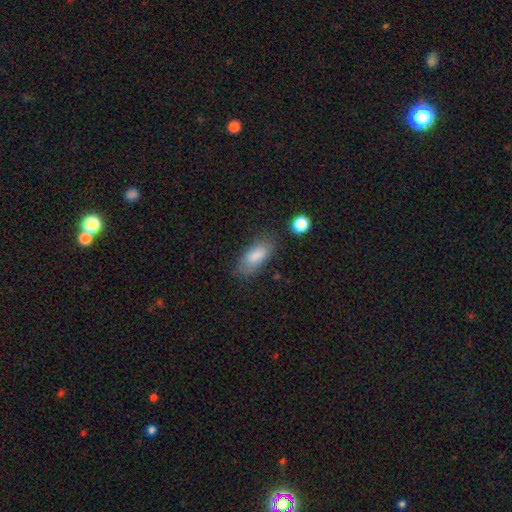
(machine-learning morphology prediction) smooth_or_featured: smooth (p=0.82) [alt: featured or disk p=0.10]
how_rounded: in between (p=0.81) [alt: cigar-shaped p=0.16]
merging: none (p=0.75) [alt: minor disturbance p=0.17]